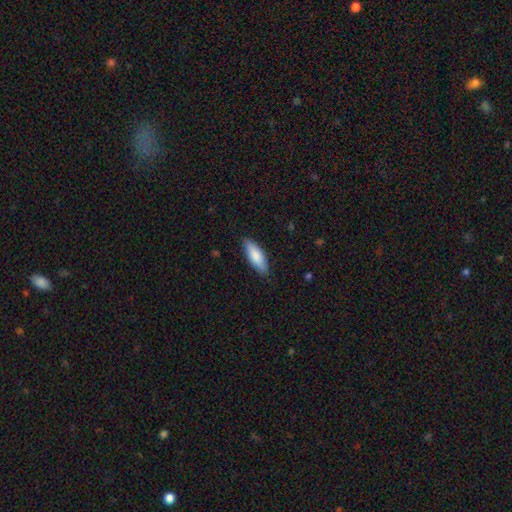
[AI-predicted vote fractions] The model was most divided on "how rounded": in between: 61%, cigar-shaped: 37%, round: 2%. More confident: merging — none (85%); smooth or featured — smooth (81%).